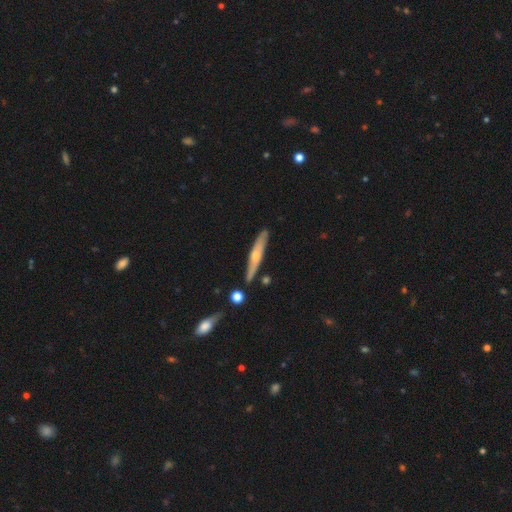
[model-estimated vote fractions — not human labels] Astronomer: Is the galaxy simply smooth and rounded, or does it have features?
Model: featured or disk — 60%.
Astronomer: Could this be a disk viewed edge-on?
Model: yes — 90%.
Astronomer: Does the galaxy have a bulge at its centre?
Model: rounded — 80%.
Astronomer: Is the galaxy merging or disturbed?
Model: none — 82%.